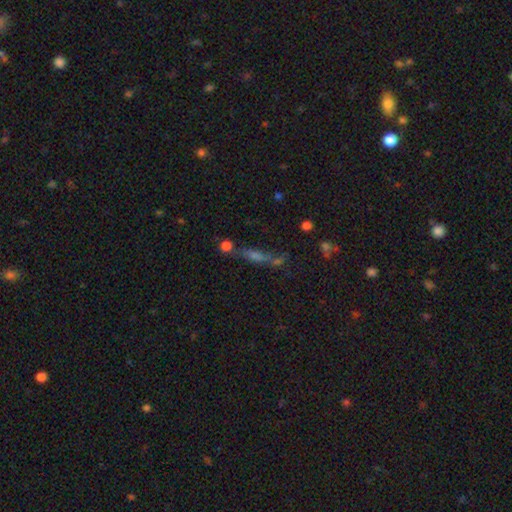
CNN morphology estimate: Overall: smooth (35%, tied with featured or disk). Merging: none (55%; merger 22%).